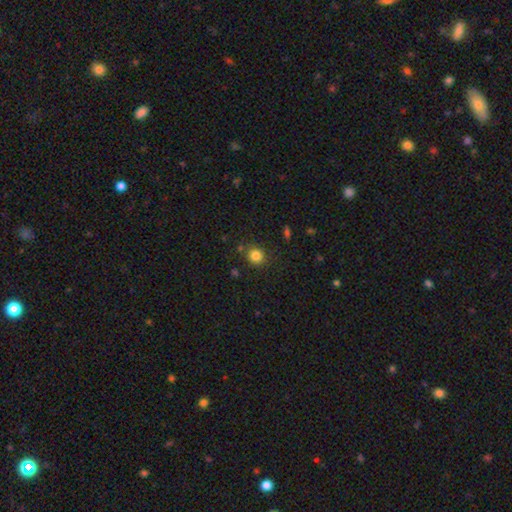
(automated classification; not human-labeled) Q: Smooth or featured?
A: smooth (82%); runner-up: star or artifact (12%)
Q: How rounded?
A: round (86%); runner-up: in between (13%)
Q: Merging?
A: none (82%); runner-up: minor disturbance (10%)